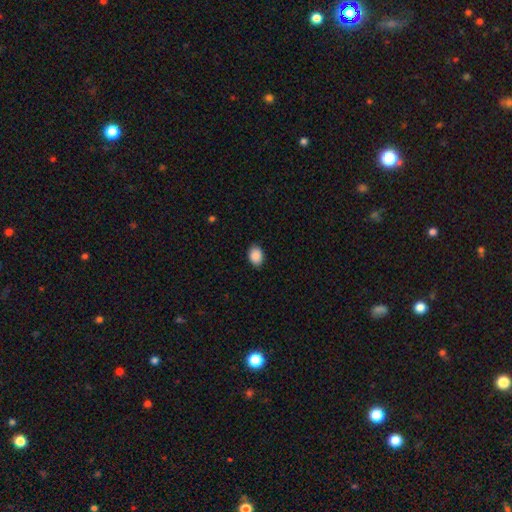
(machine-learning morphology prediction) Smooth or featured?
  - smooth: 89% *
  - star or artifact: 7%
  - featured or disk: 3%
How rounded?
  - in between: 77% *
  - round: 22%
  - cigar-shaped: 1%
Merging?
  - none: 87% *
  - minor disturbance: 10%
  - major disturbance: 2%
  - merger: 1%